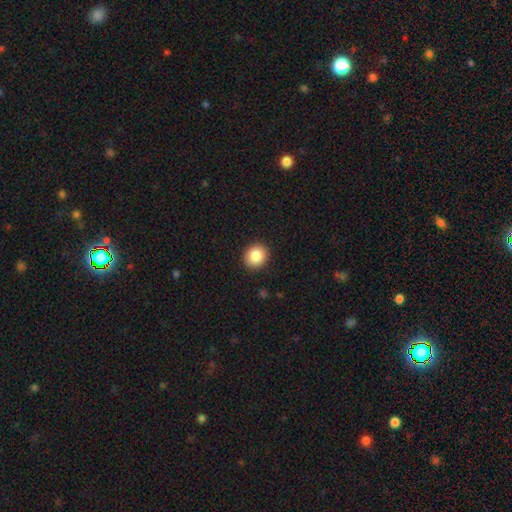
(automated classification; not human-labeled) smooth 86%, star or artifact 9%, featured or disk 5%. Down the decision tree: how rounded — round (81%); merging — none (92%).